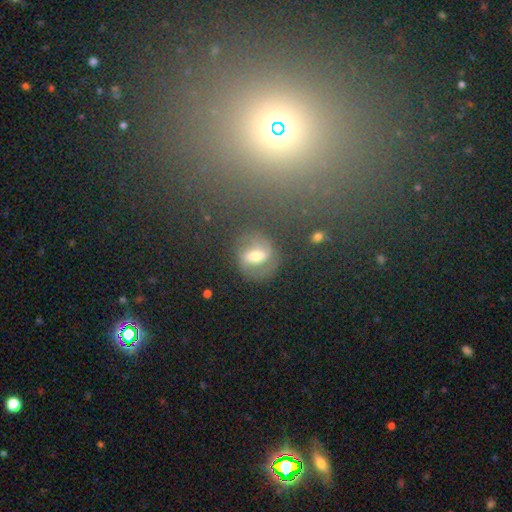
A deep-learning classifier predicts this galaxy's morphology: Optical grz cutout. It shows a featured or disk galaxy (62%) with a strong bar (49%), spiral arms (70%) and a moderate central bulge (68%). Merging: none (72%).